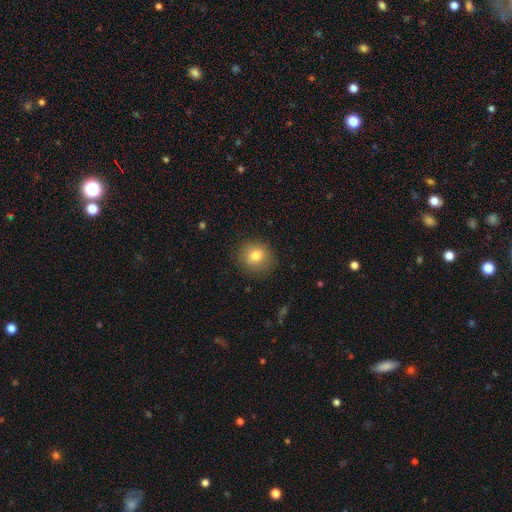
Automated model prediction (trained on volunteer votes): Morphology: type=smooth (78%); roundness=round (81%); merging=none (86%).